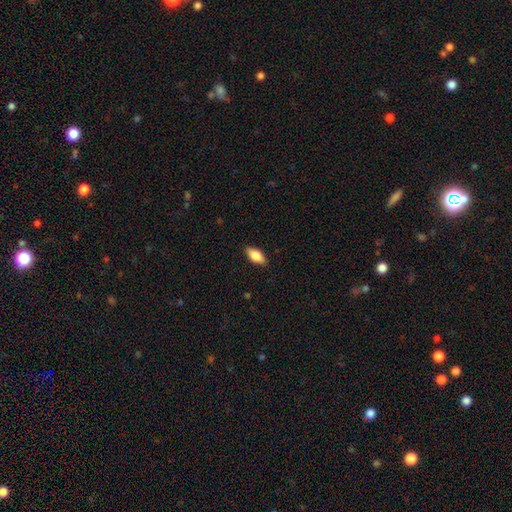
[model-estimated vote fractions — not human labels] Overall: smooth (80%). How rounded: in between (88%). Merging: none (88%).